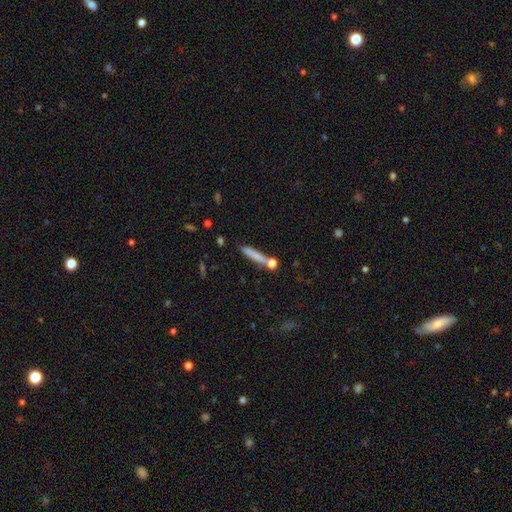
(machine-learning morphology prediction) Smooth or featured? smooth (72%)
How rounded? cigar-shaped (89%)
Merging? none (71%)